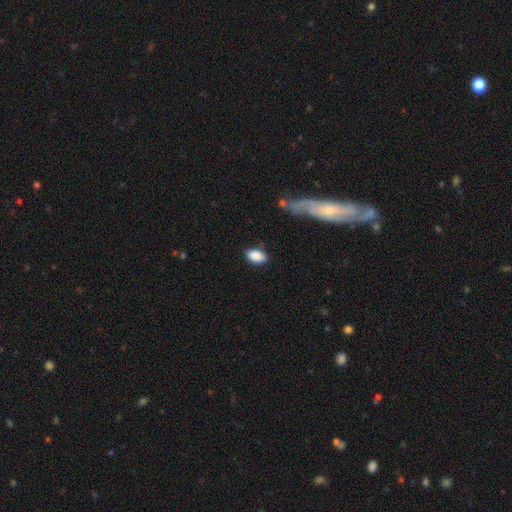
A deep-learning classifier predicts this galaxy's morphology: Q: Smooth or featured?
A: smooth (88%); runner-up: star or artifact (7%)
Q: How rounded?
A: in between (93%); runner-up: round (5%)
Q: Merging?
A: none (82%); runner-up: minor disturbance (13%)